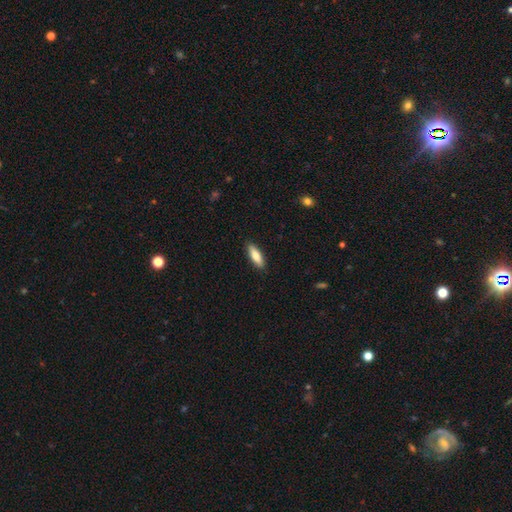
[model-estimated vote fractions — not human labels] Q: Smooth or featured?
A: smooth (79%); runner-up: featured or disk (15%)
Q: How rounded?
A: cigar-shaped (50%); runner-up: in between (48%)
Q: Merging?
A: none (89%); runner-up: minor disturbance (8%)